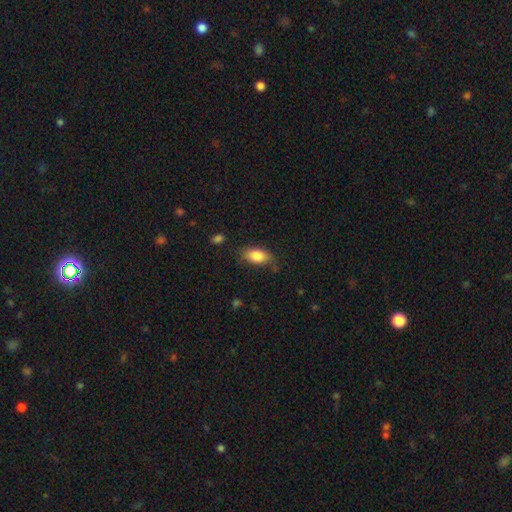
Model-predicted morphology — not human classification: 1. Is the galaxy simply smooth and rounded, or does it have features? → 83% smooth, 9% featured or disk, 7% star or artifact.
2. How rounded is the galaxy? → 89% in between, 6% round, 5% cigar-shaped.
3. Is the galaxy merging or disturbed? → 73% none, 20% minor disturbance, 5% major disturbance, 2% merger.